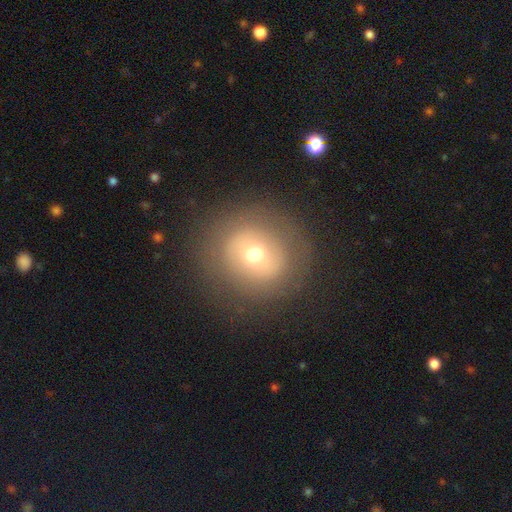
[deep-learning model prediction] Smooth or featured?
  - smooth: 56% *
  - featured or disk: 32%
  - star or artifact: 13%
How rounded?
  - round: 90% *
  - in between: 9%
  - cigar-shaped: 1%
Merging?
  - none: 84% *
  - minor disturbance: 9%
  - major disturbance: 6%
  - merger: 1%